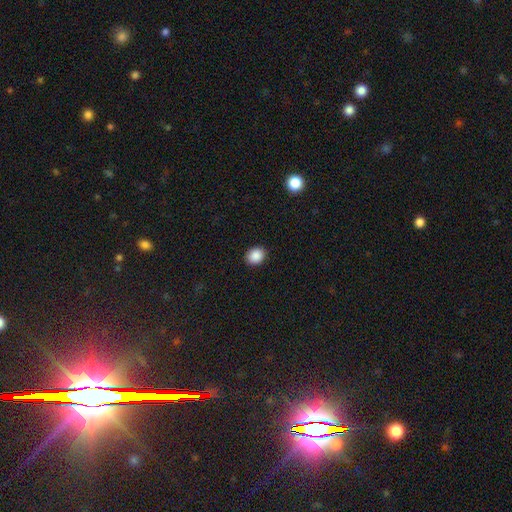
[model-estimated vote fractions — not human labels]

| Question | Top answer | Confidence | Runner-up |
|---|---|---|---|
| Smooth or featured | smooth | 89% | star or artifact (8%) |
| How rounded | round | 56% | in between (43%) |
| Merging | none | 91% | minor disturbance (6%) |